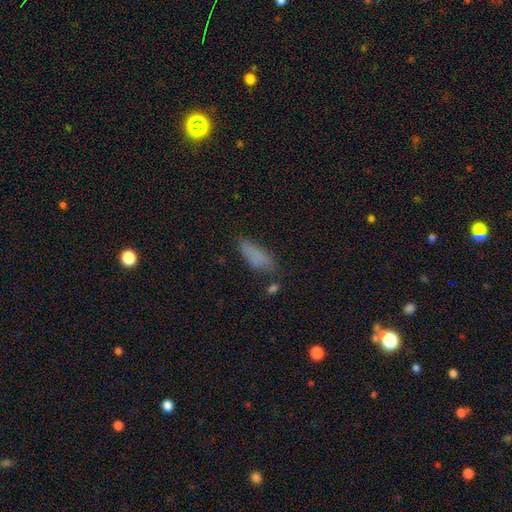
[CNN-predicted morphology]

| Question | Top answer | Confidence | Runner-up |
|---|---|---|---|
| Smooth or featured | smooth | 79% | featured or disk (11%) |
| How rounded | in between | 65% | cigar-shaped (32%) |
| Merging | none | 64% | minor disturbance (23%) |